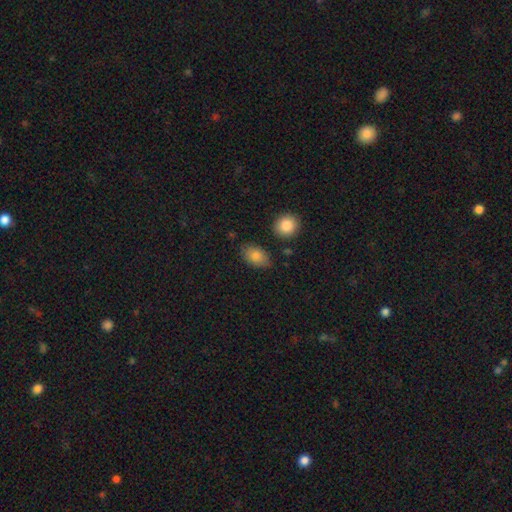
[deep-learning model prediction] This appears to be a smooth galaxy with no disk features (82%) that is in between round and cigar-shaped (85%). Merging: none (76%).